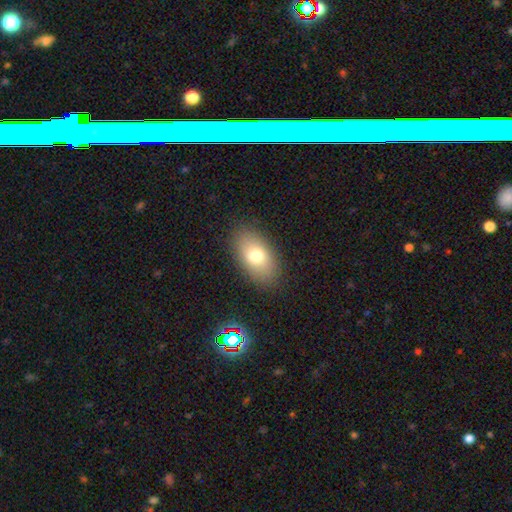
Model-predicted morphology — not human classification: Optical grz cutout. It shows a smooth galaxy with no disk features (74%) that is in between round and cigar-shaped (90%). Merging: none (86%).